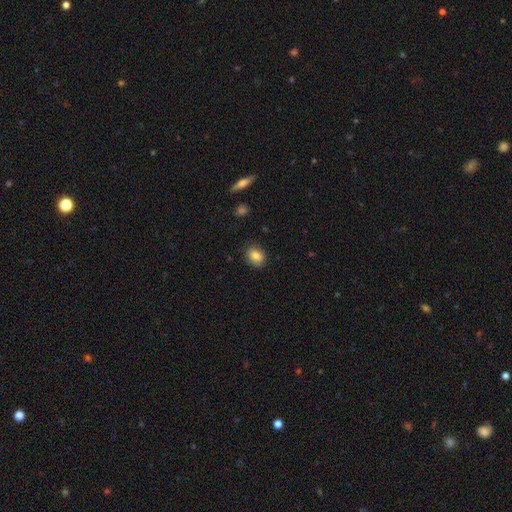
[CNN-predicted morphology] Smooth or featured: smooth — 81% (featured or disk — 10%)
How rounded: in between — 50% (round — 49%)
Merging: none — 85% (minor disturbance — 11%)